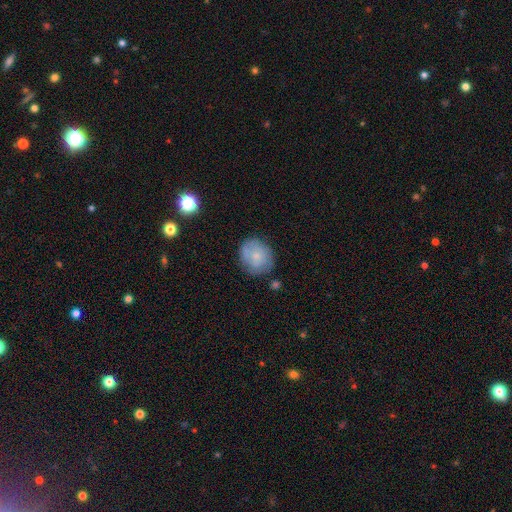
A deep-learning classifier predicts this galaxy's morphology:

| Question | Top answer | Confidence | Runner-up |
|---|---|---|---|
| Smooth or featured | smooth | 64% | featured or disk (29%) |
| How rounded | round | 71% | in between (28%) |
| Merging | none | 71% | minor disturbance (20%) |